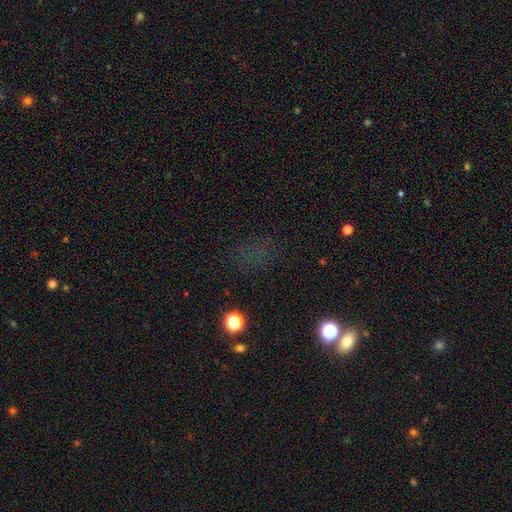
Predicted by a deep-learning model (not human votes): The model was most divided on "smooth or featured": star or artifact: 52%, smooth: 39%, featured or disk: 10%.